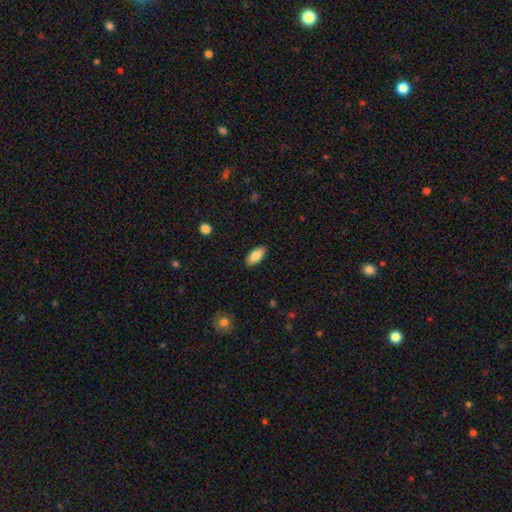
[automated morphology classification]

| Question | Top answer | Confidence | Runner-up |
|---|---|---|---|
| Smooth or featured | smooth | 85% | featured or disk (9%) |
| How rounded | in between | 91% | cigar-shaped (7%) |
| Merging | none | 89% | minor disturbance (8%) |